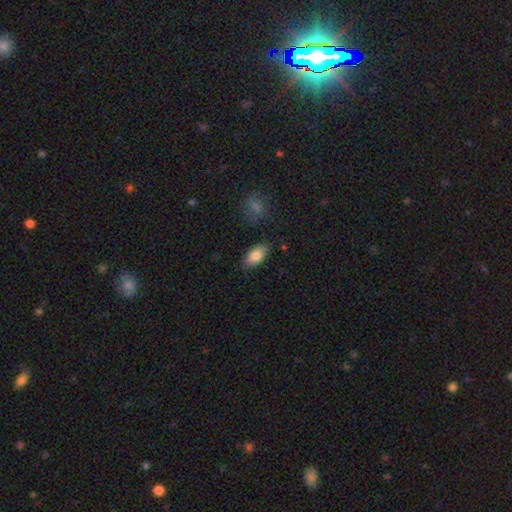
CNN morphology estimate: The model was most divided on "merging": none: 81%, minor disturbance: 14%, major disturbance: 3%, merger: 2%. More confident: how rounded — in between (92%); smooth or featured — smooth (84%).